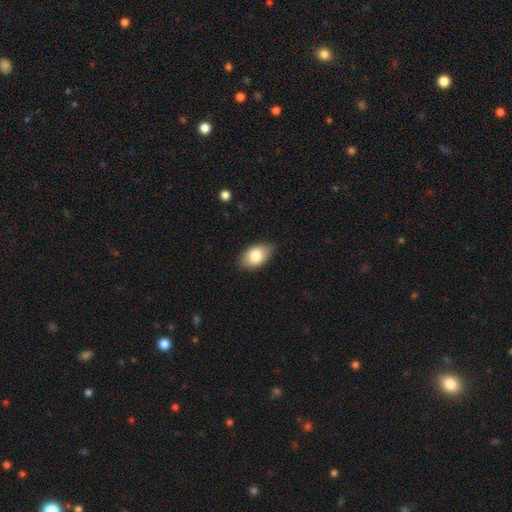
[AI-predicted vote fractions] A smooth galaxy with no disk features (81%) that is in between round and cigar-shaped (91%).

Vote fractions:
- Smooth or featured? smooth: 81% / featured or disk: 12% / star or artifact: 7%
- How rounded? in between: 91% / round: 8% / cigar-shaped: 2%
- Merging? none: 84% / minor disturbance: 13% / major disturbance: 2% / merger: 1%